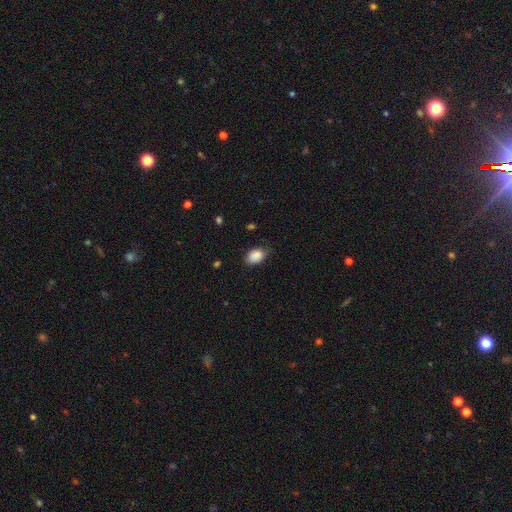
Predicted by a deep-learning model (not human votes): Q: Smooth or featured?
A: smooth (88%); runner-up: star or artifact (8%)
Q: How rounded?
A: in between (83%); runner-up: round (16%)
Q: Merging?
A: none (68%); runner-up: minor disturbance (26%)